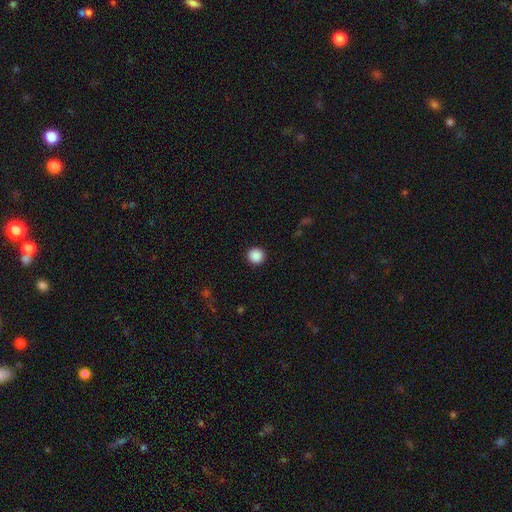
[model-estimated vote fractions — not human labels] Smooth or featured? smooth (89%)
How rounded? round (95%)
Merging? none (92%)